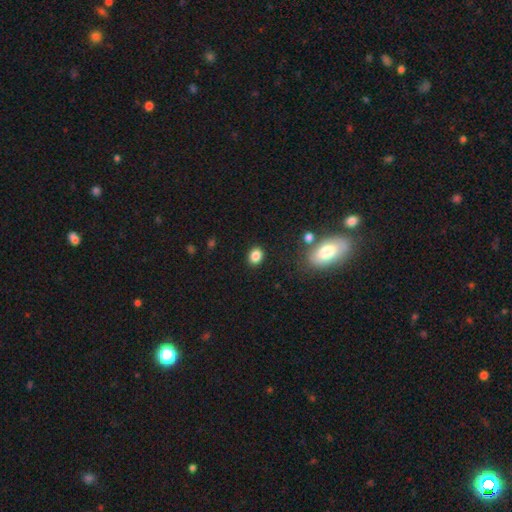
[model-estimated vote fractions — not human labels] A smooth galaxy with no disk features (85%) that is in between round and cigar-shaped (54%).

Vote fractions:
- Smooth or featured? smooth: 85% / star or artifact: 10% / featured or disk: 5%
- How rounded? in between: 54% / round: 45% / cigar-shaped: 1%
- Merging? none: 86% / minor disturbance: 9% / major disturbance: 3% / merger: 2%